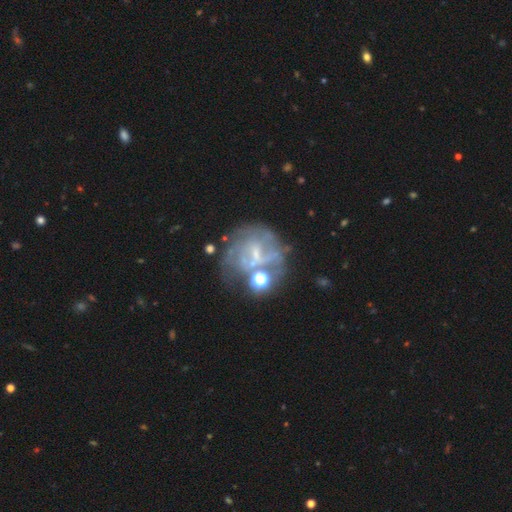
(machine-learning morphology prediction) A featured or disk galaxy (64%) with no bar (46%), spiral arms (54%) and a small central bulge (50%). Merging: none (43%).